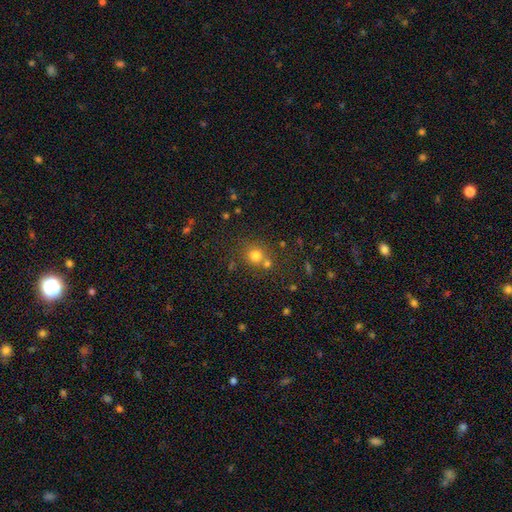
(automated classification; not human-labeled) Overall: smooth (75%). How rounded: round (88%). Merging: none (62%; merger 26%).